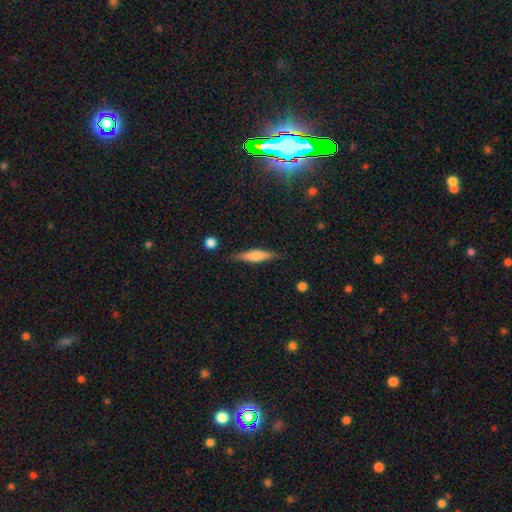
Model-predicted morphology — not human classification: The model was most divided on "smooth or featured": smooth: 57%, featured or disk: 36%, star or artifact: 7%. More confident: merging — none (83%); how rounded — cigar-shaped (77%).